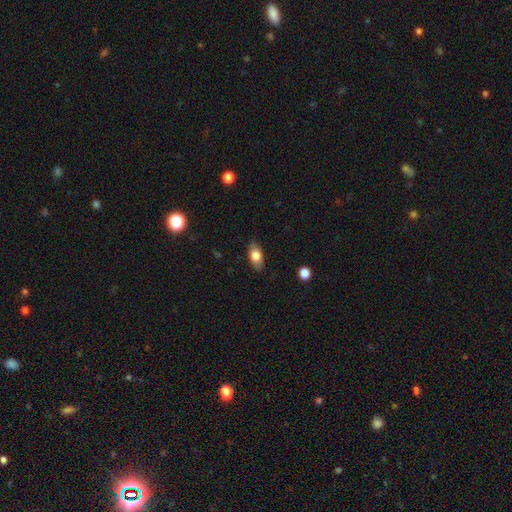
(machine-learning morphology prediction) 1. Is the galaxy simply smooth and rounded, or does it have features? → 75% smooth, 18% featured or disk, 7% star or artifact.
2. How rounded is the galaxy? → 88% in between, 6% cigar-shaped, 5% round.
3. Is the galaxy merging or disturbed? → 84% none, 12% minor disturbance, 3% major disturbance, 1% merger.